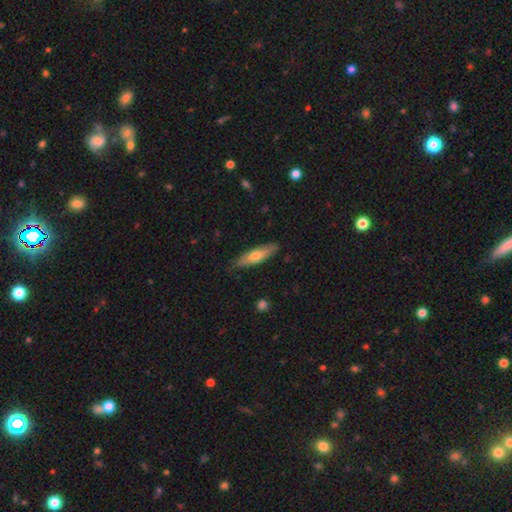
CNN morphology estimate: smooth_or_featured: smooth (p=0.60) [alt: featured or disk p=0.34]
how_rounded: cigar-shaped (p=0.61) [alt: in between p=0.37]
merging: none (p=0.82) [alt: minor disturbance p=0.14]